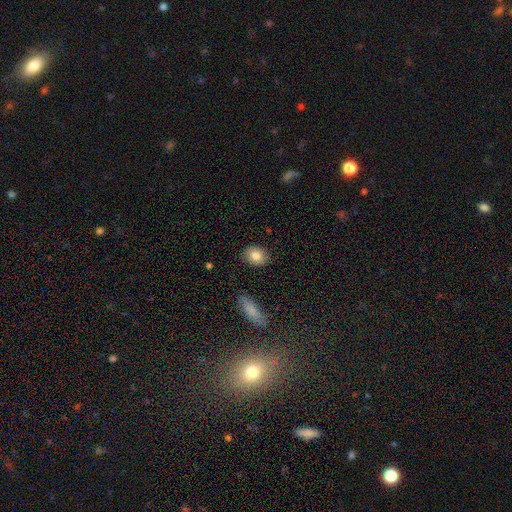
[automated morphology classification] A smooth galaxy with no disk features (83%) that is in between round and cigar-shaped (55%).

Vote fractions:
- Smooth or featured? smooth: 83% / featured or disk: 9% / star or artifact: 8%
- How rounded? in between: 55% / round: 44% / cigar-shaped: 2%
- Merging? none: 87% / minor disturbance: 9% / major disturbance: 2% / merger: 2%